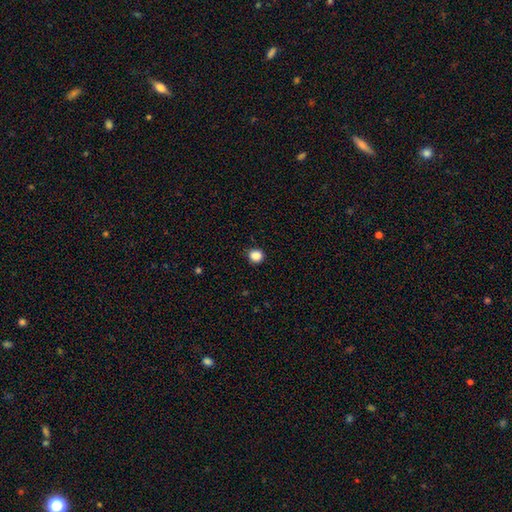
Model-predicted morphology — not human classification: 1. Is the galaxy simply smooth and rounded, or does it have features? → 87% smooth, 11% star or artifact, 2% featured or disk.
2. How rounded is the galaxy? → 87% round, 12% in between, 1% cigar-shaped.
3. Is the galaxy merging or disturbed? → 88% none, 9% minor disturbance, 2% major disturbance, 1% merger.